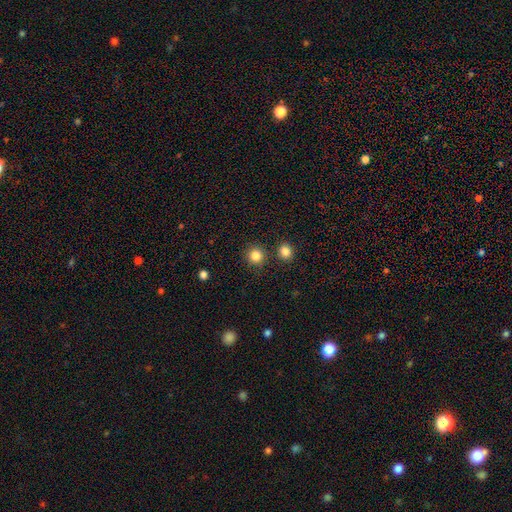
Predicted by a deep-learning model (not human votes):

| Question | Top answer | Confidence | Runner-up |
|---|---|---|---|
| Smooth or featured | smooth | 84% | star or artifact (12%) |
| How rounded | round | 93% | in between (6%) |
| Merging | none | 85% | minor disturbance (6%) |